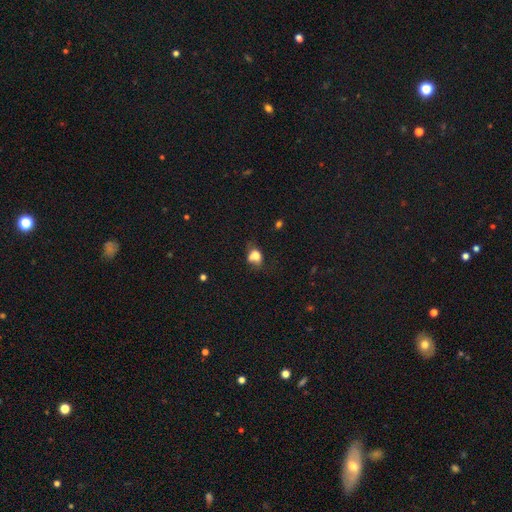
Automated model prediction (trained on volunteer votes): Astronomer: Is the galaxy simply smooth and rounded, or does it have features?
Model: smooth — 71%.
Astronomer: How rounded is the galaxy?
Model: in between — 59% (runner-up: round, 39%).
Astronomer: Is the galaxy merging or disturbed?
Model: none — 36% (runner-up: minor disturbance, 25%).